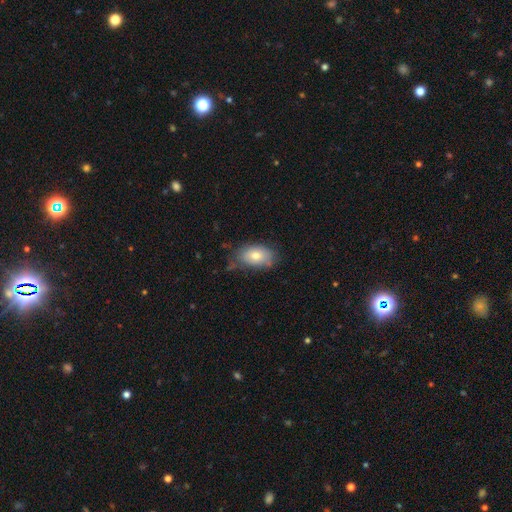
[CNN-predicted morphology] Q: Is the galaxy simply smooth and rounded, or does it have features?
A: smooth — 74%.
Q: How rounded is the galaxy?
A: in between — 87%.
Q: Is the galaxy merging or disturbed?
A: none — 65%.